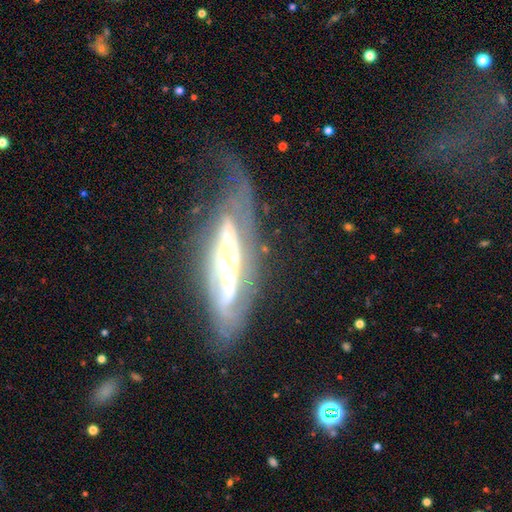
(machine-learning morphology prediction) type=featured or disk (79%); edge-on=no (56%); merging=none (38%).